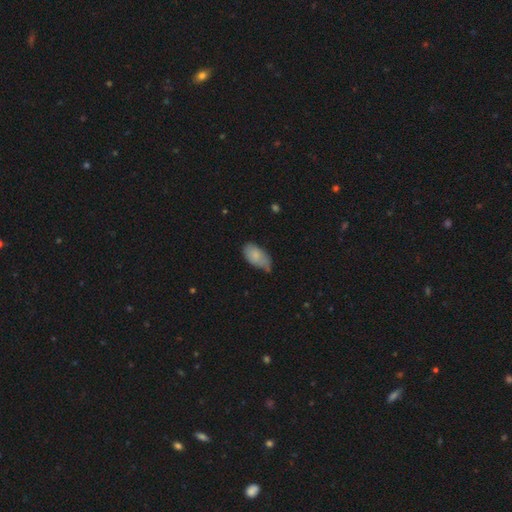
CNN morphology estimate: smooth_or_featured: smooth (p=0.77) [alt: featured or disk p=0.16]
how_rounded: in between (p=0.94) [alt: round p=0.04]
merging: minor disturbance (p=0.46) [alt: none p=0.39]